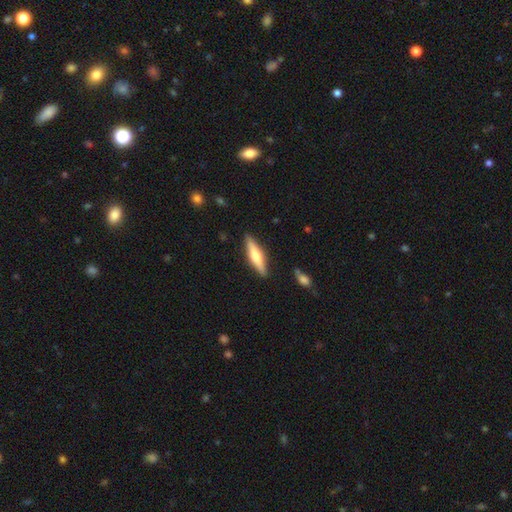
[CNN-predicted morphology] smooth_or_featured: featured or disk (p=0.49) [alt: smooth p=0.46]
merging: none (p=0.88) [alt: minor disturbance p=0.08]